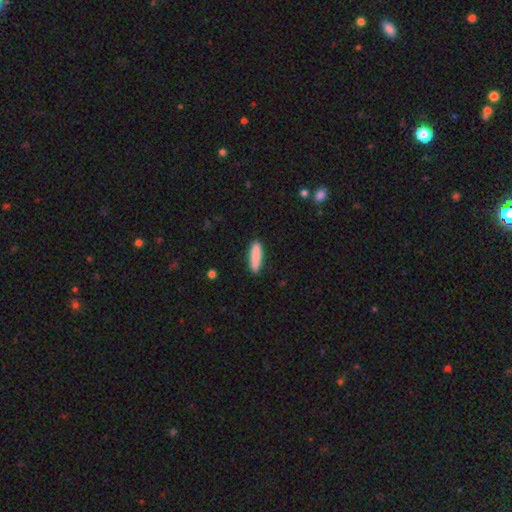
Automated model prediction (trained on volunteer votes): Q: Smooth or featured?
A: smooth (86%); runner-up: featured or disk (8%)
Q: How rounded?
A: cigar-shaped (77%); runner-up: in between (21%)
Q: Merging?
A: none (89%); runner-up: minor disturbance (8%)